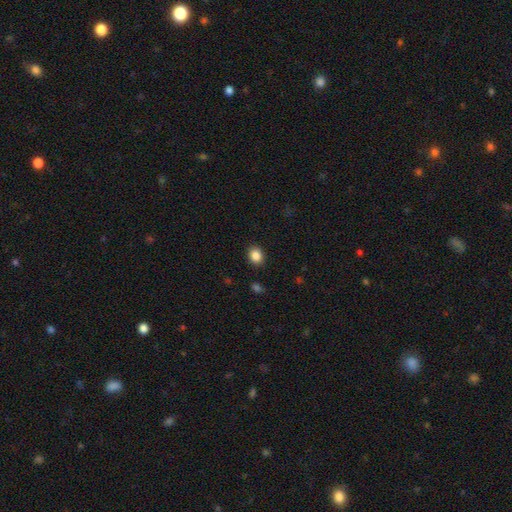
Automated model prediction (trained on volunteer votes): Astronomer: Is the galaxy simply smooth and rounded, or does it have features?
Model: smooth — 86%.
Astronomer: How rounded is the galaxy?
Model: round — 57% (runner-up: in between, 42%).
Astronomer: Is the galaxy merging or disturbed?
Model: none — 90%.